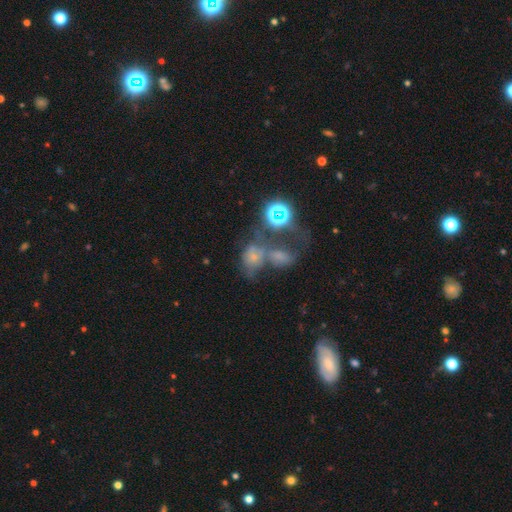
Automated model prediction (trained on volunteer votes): Smooth or featured: smooth — 42% (star or artifact — 33%)
Merging: merger — 55% (none — 21%)